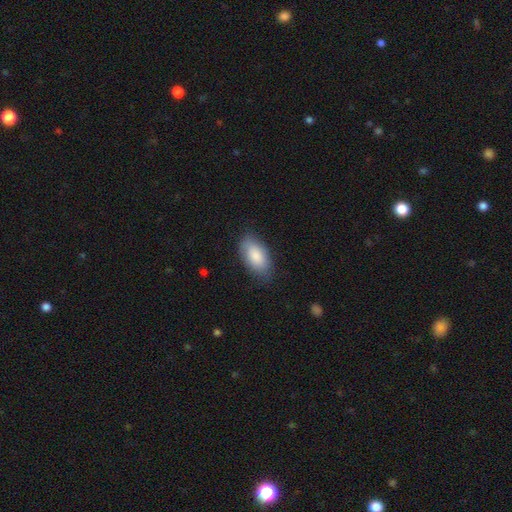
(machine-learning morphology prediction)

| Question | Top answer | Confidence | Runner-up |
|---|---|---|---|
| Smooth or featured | smooth | 84% | featured or disk (10%) |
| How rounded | in between | 94% | cigar-shaped (3%) |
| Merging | none | 77% | minor disturbance (18%) |